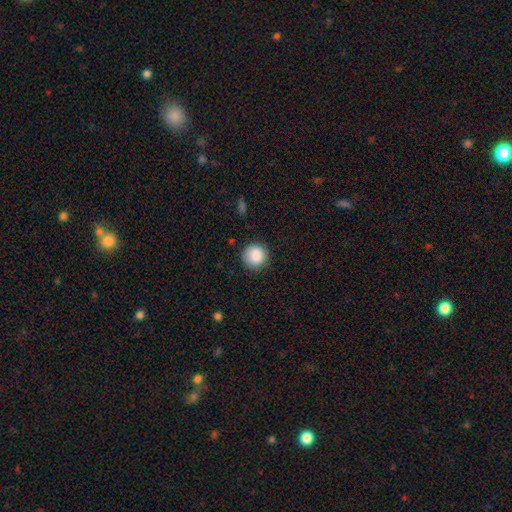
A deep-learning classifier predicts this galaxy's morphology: A smooth galaxy with no disk features (87%) that is round (94%).

Vote fractions:
- Smooth or featured? smooth: 87% / star or artifact: 8% / featured or disk: 4%
- How rounded? round: 94% / in between: 5% / cigar-shaped: 1%
- Merging? none: 87% / minor disturbance: 9% / major disturbance: 2% / merger: 1%